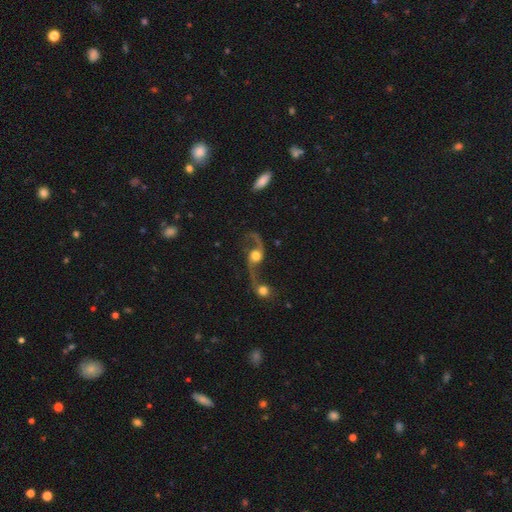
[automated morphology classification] smooth_or_featured: featured or disk (p=0.85) [alt: smooth p=0.09]
disk_edge_on: no (p=0.95) [alt: yes p=0.05]
bar: no (p=0.68) [alt: weak p=0.24]
has_spiral_arms: yes (p=0.95) [alt: no p=0.05]
spiral_winding: loose (p=0.86) [alt: medium p=0.11]
spiral_arm_count: 2 (p=0.92) [alt: 1 p=0.03]
bulge_size: moderate (p=0.53) [alt: large p=0.31]
merging: none (p=0.39) [alt: merger p=0.35]